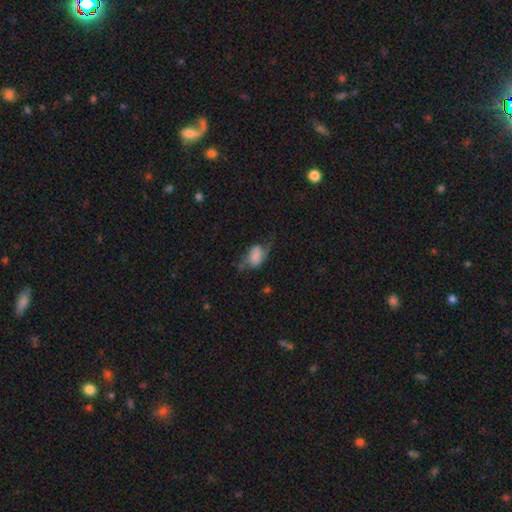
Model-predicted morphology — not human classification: Smooth or featured? smooth (57%)
How rounded? in between (87%)
Merging? major disturbance (36%)